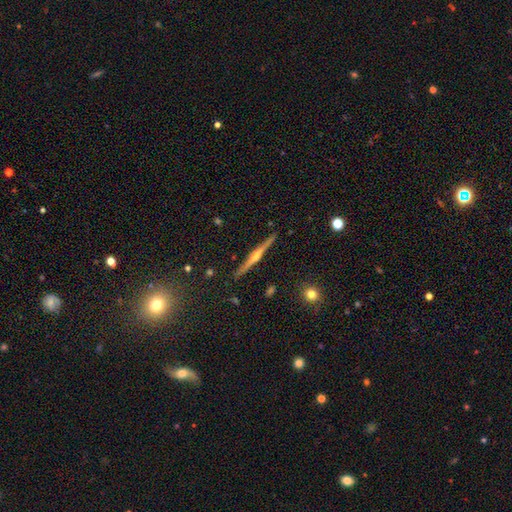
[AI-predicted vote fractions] Smooth or featured: featured or disk — 78% (smooth — 15%)
Edge-on disk: yes — 98% (no — 2%)
Edge-on bulge: rounded — 85% (none — 8%)
Merging: none — 91% (minor disturbance — 7%)